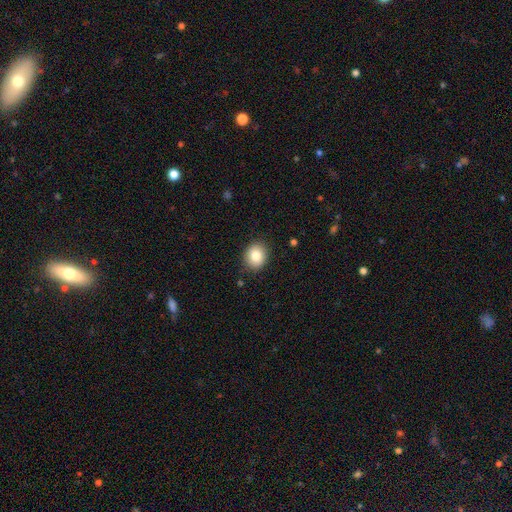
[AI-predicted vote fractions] Smooth or featured: smooth — 83% (star or artifact — 9%)
How rounded: round — 66% (in between — 33%)
Merging: none — 87% (minor disturbance — 9%)